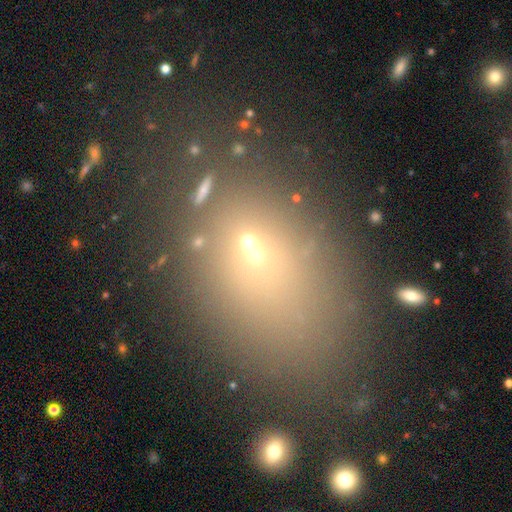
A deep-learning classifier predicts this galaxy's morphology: Q: Smooth or featured?
A: smooth (53%); runner-up: star or artifact (32%)
Q: How rounded?
A: in between (74%); runner-up: round (23%)
Q: Merging?
A: none (69%); runner-up: minor disturbance (15%)